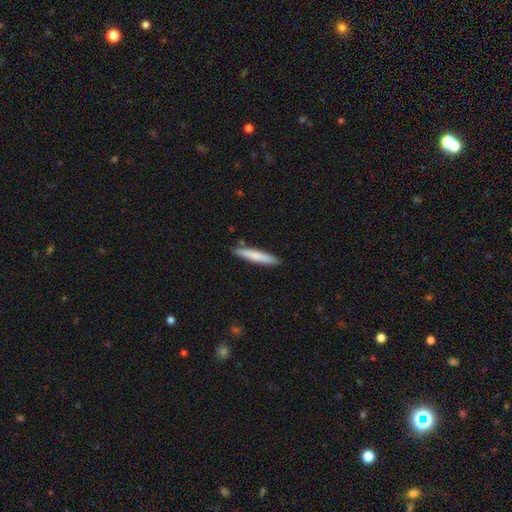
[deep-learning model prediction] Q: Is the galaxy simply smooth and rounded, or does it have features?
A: smooth — 75%.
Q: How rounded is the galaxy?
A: cigar-shaped — 92%.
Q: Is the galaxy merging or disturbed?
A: none — 87%.